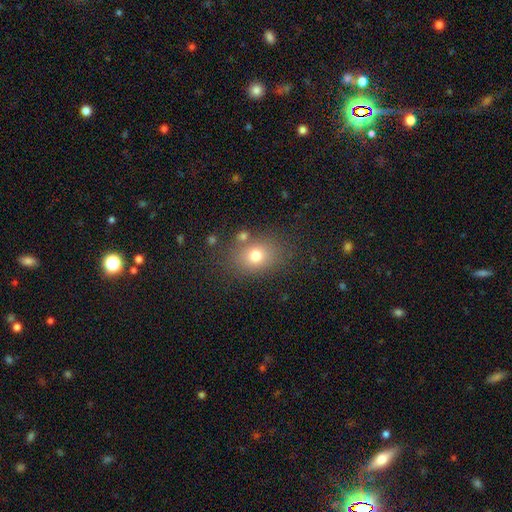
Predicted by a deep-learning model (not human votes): A smooth galaxy with no disk features (75%) that is in between round and cigar-shaped (57%). Merging: none (76%).